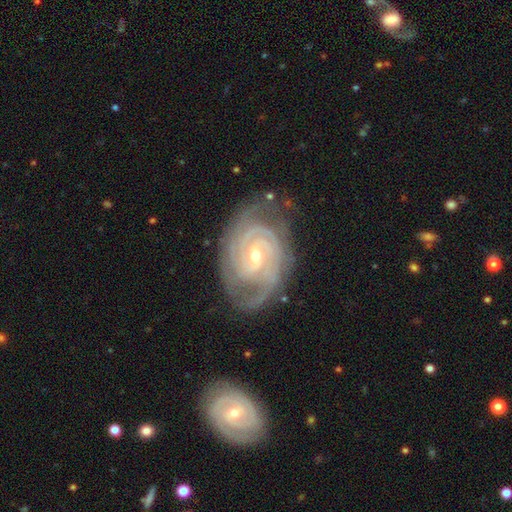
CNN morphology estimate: Smooth or featured?
  - featured or disk: 92% *
  - star or artifact: 4%
  - smooth: 4%
Edge-on disk?
  - no: 97% *
  - yes: 3%
Bar?
  - no: 46% *
  - weak: 39%
  - strong: 15%
Spiral arms?
  - yes: 98% *
  - no: 2%
Spiral winding?
  - tight: 79% *
  - medium: 19%
  - loose: 2%
Spiral arm count?
  - 2: 32% *
  - 3: 29%
  - can't tell: 15%
  - 4: 12%
  - more than 4: 6%
  - 1: 5%
Bulge size?
  - small: 50% *
  - moderate: 47%
  - large: 1%
  - none: 1%
  - dominant: 1%
Merging?
  - none: 72% *
  - minor disturbance: 19%
  - major disturbance: 7%
  - merger: 2%